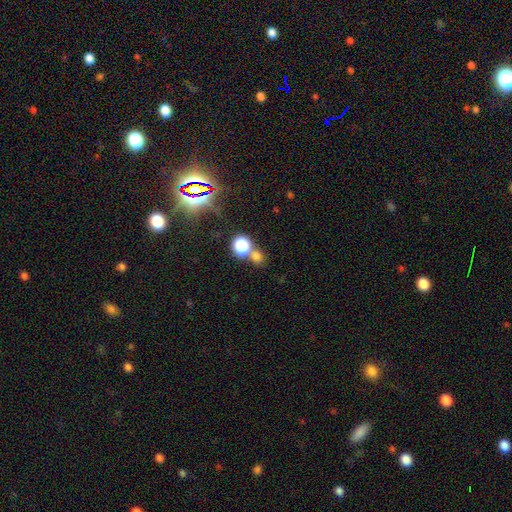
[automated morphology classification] This is likely a smooth galaxy (69%). How rounded: likely round (79%). Merging: possibly none (55%).